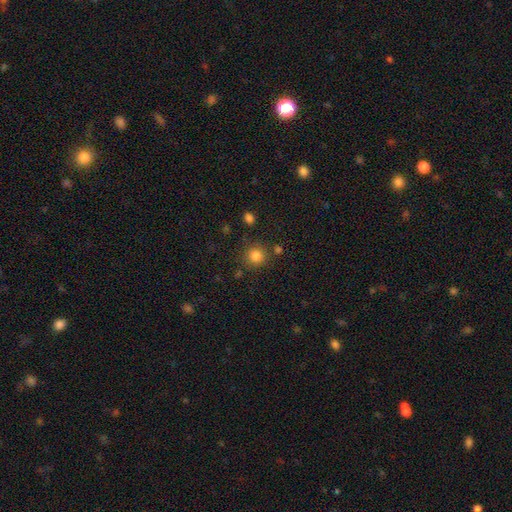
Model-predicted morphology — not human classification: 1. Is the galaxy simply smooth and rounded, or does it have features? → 83% smooth, 12% star or artifact, 5% featured or disk.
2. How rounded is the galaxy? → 92% round, 8% in between, 1% cigar-shaped.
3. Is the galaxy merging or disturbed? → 81% none, 9% minor disturbance, 6% merger, 4% major disturbance.